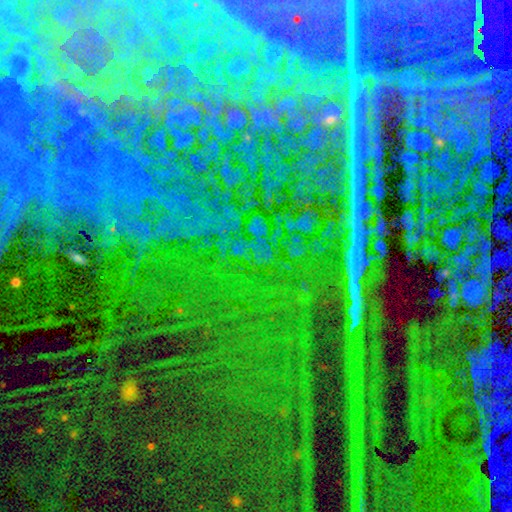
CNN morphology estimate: type=star or artifact (87%).